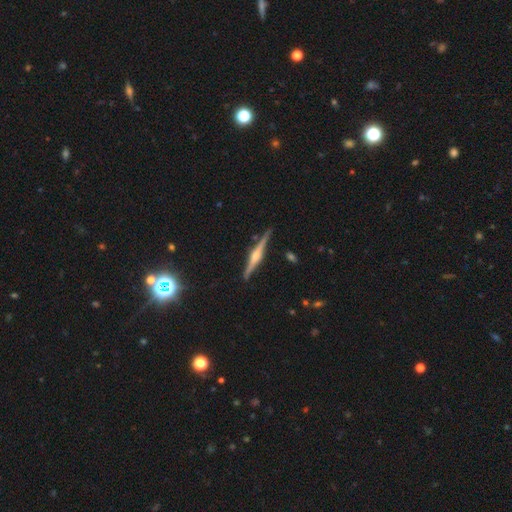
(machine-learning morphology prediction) featured or disk 81%, smooth 13%, star or artifact 6%. Down the decision tree: edge-on disk — yes (98%); edge-on bulge — rounded (86%); merging — none (89%).